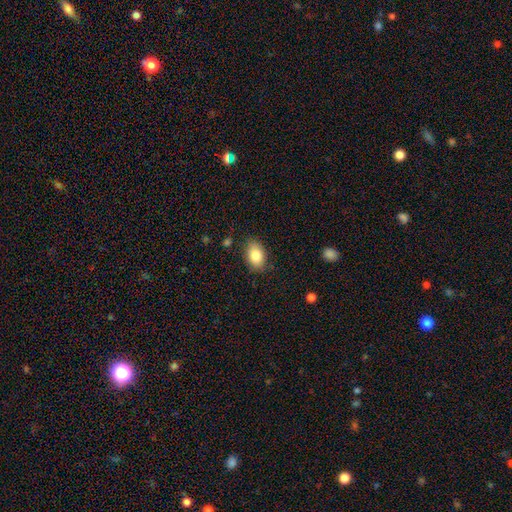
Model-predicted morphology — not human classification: Smooth or featured?
  - smooth: 84% *
  - featured or disk: 9%
  - star or artifact: 8%
How rounded?
  - in between: 86% *
  - round: 13%
  - cigar-shaped: 1%
Merging?
  - none: 82% *
  - minor disturbance: 13%
  - major disturbance: 3%
  - merger: 1%